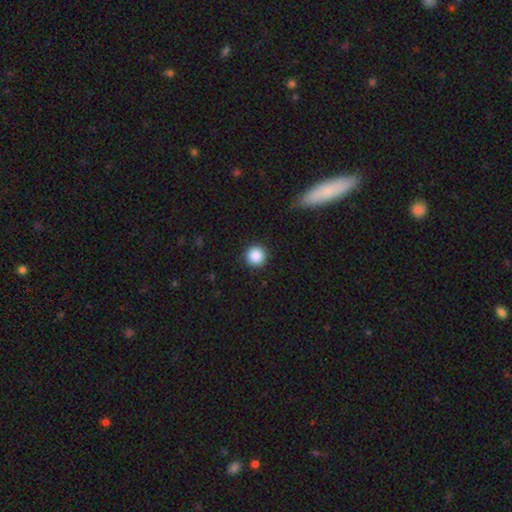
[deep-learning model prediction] Q: Smooth or featured?
A: smooth (88%); runner-up: star or artifact (9%)
Q: How rounded?
A: round (96%); runner-up: in between (3%)
Q: Merging?
A: none (91%); runner-up: minor disturbance (5%)